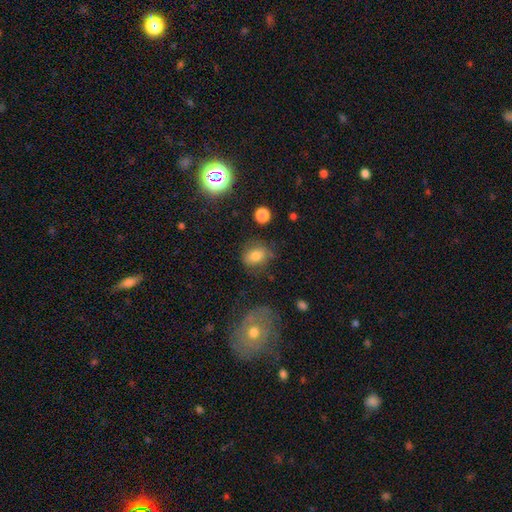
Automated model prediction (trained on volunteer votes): smooth 75%, featured or disk 13%, star or artifact 12%. Down the decision tree: how rounded — in between (52%); merging — none (64%).